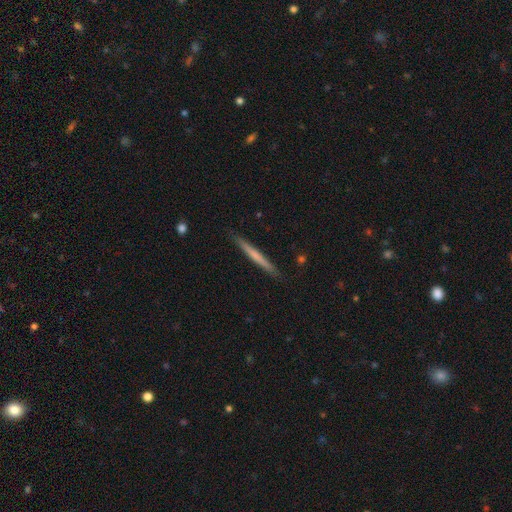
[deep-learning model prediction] This is possibly a smooth galaxy (56%). How rounded: clearly cigar-shaped (97%). Merging: clearly none (91%).